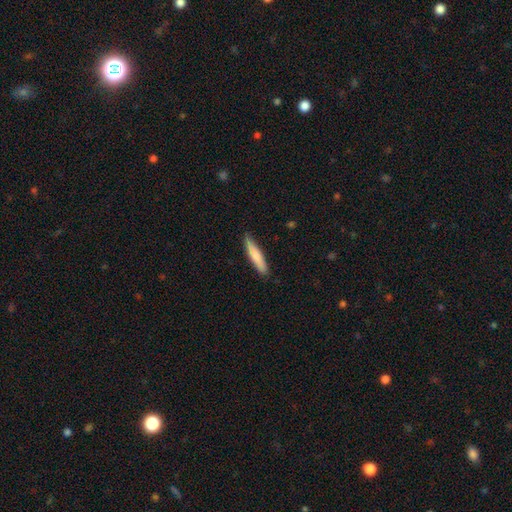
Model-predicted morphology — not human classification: Q: Smooth or featured?
A: smooth (75%); runner-up: featured or disk (20%)
Q: How rounded?
A: cigar-shaped (88%); runner-up: in between (11%)
Q: Merging?
A: none (87%); runner-up: minor disturbance (11%)